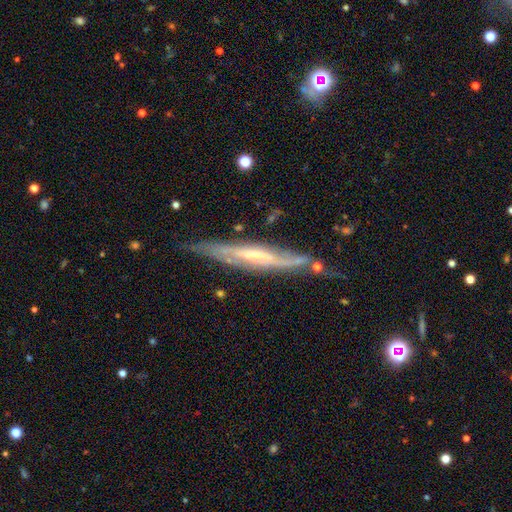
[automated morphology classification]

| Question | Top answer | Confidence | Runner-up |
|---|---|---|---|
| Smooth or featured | featured or disk | 77% | smooth (17%) |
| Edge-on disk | yes | 71% | no (29%) |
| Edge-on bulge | none | 59% | rounded (26%) |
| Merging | none | 62% | minor disturbance (24%) |